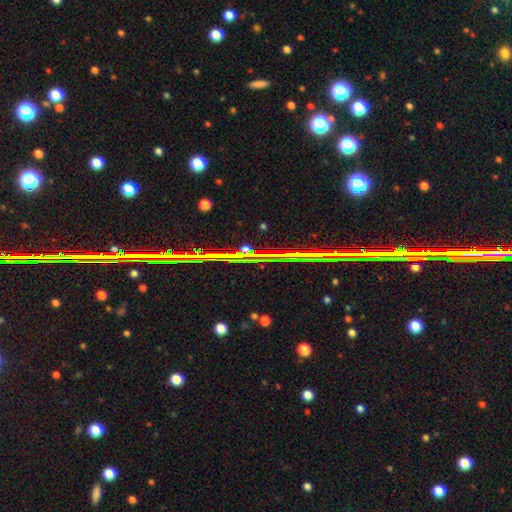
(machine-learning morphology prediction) star or artifact 73%, featured or disk 18%, smooth 9%.